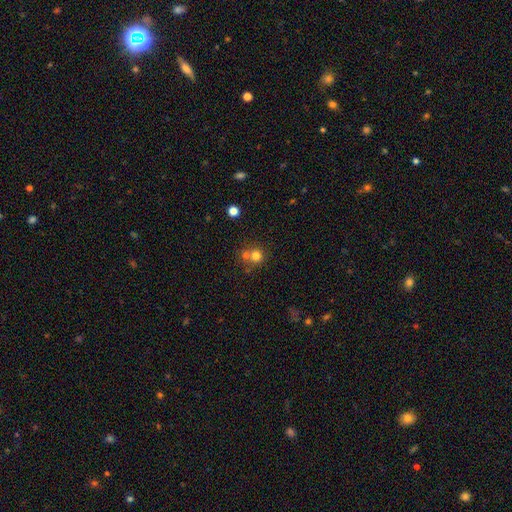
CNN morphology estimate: Smooth or featured? smooth (75%)
How rounded? round (89%)
Merging? none (51%)